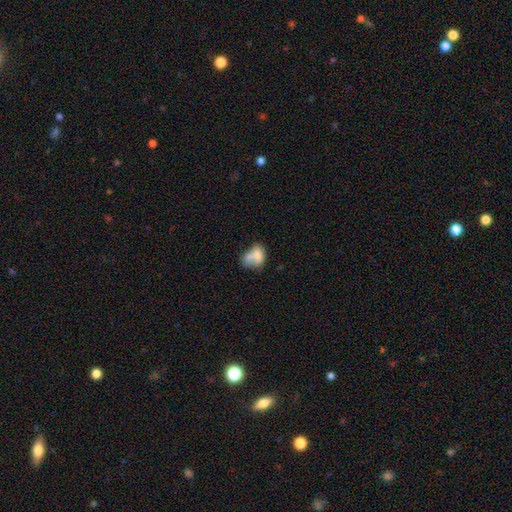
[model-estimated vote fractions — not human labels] Smooth or featured: smooth — 69% (featured or disk — 22%)
How rounded: in between — 74% (round — 25%)
Merging: merger — 50% (none — 23%)